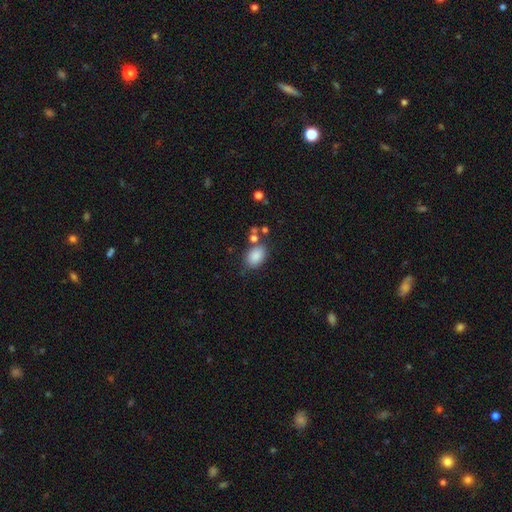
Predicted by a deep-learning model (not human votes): smooth-or-featured: smooth: 86% | star or artifact: 9% | featured or disk: 6%
  how-rounded: in between: 84% | round: 14% | cigar-shaped: 1%
  merging: none: 69% | minor disturbance: 16% | merger: 9% | major disturbance: 5%